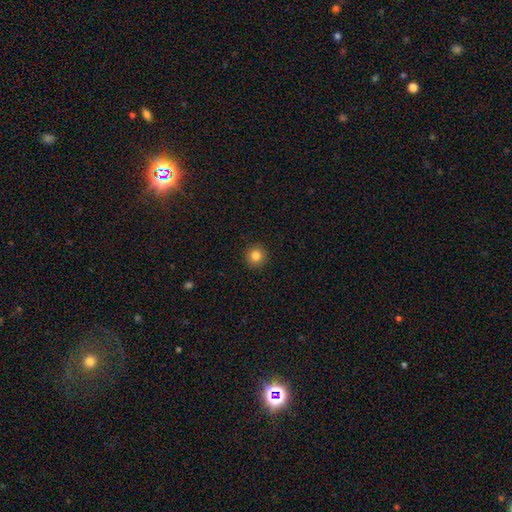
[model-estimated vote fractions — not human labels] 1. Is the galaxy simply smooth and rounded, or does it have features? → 84% smooth, 11% star or artifact, 5% featured or disk.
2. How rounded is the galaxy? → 93% round, 6% in between, 1% cigar-shaped.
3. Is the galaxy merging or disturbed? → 92% none, 5% minor disturbance, 2% major disturbance, 1% merger.